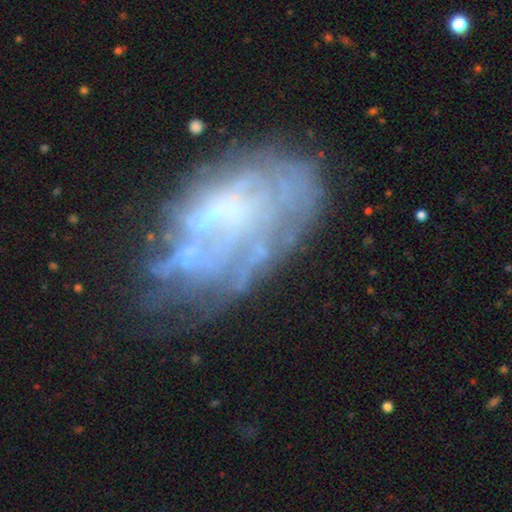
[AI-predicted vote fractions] Smooth or featured? featured or disk (60%)
Edge-on disk? no (95%)
Bar? no (73%)
Spiral arms? no (63%)
Bulge size? none (45%)
Merging? none (40%)